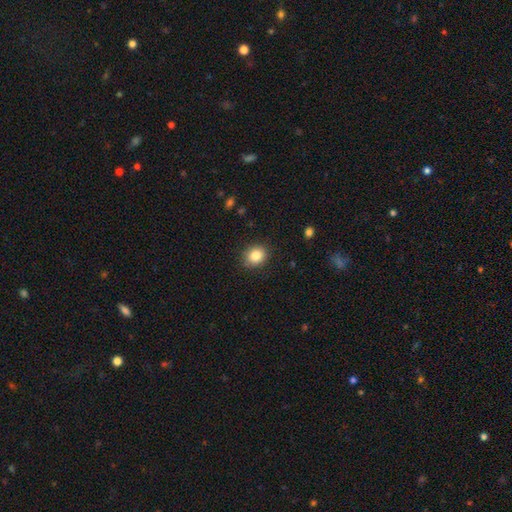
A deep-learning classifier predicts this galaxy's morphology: This appears to be a smooth galaxy with no disk features (85%) that is round (69%). Merging: none (87%).